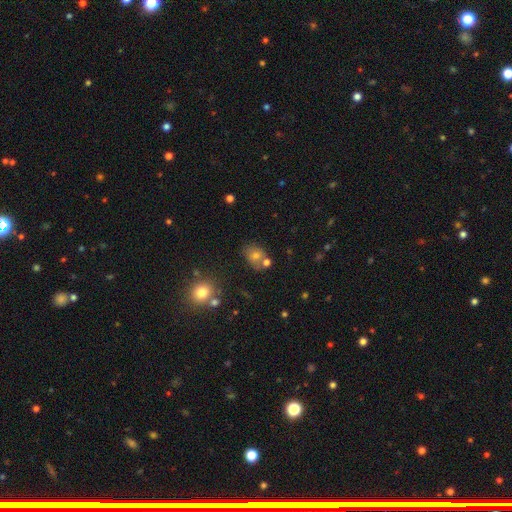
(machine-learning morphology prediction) Smooth or featured?
  - smooth: 68% *
  - star or artifact: 16%
  - featured or disk: 16%
How rounded?
  - round: 50% *
  - in between: 49%
  - cigar-shaped: 1%
Merging?
  - none: 60% *
  - merger: 20%
  - minor disturbance: 15%
  - major disturbance: 5%